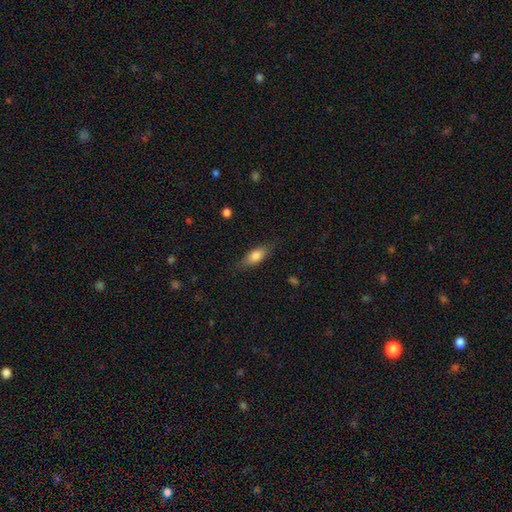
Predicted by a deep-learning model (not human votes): smooth 75%, featured or disk 18%, star or artifact 7%. Down the decision tree: how rounded — in between (75%); merging — none (76%).